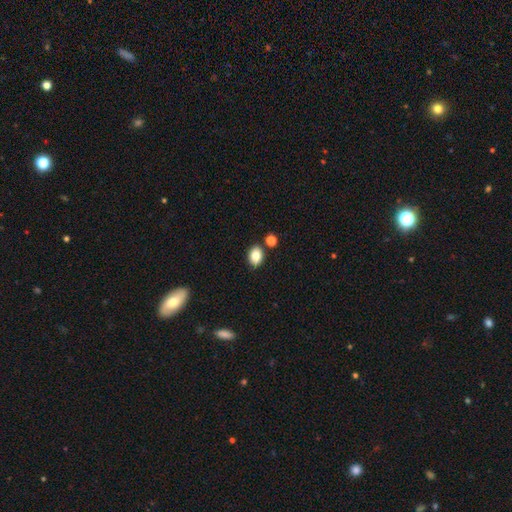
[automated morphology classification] This appears to be a smooth galaxy with no disk features (84%) that is in between round and cigar-shaped (76%). Merging: none (81%).